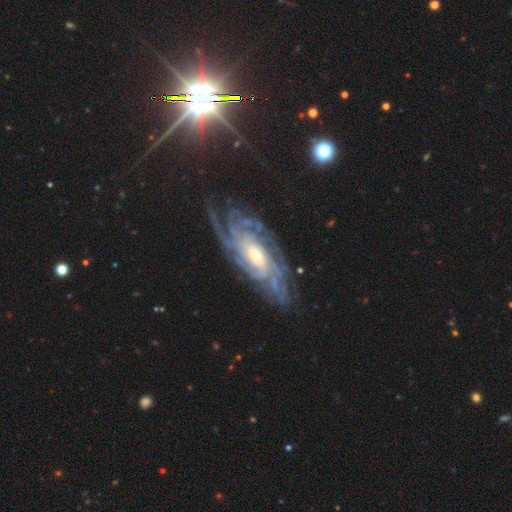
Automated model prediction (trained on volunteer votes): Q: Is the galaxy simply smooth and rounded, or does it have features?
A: featured or disk — 89%.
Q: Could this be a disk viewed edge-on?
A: no — 94%.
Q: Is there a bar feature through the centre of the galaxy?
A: no — 63%.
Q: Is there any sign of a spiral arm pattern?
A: yes — 97%.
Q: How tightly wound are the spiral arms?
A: tight — 70%.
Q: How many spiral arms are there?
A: more than 4 — 28%.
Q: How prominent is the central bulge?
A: small — 50%.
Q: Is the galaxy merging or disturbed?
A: none — 73%.